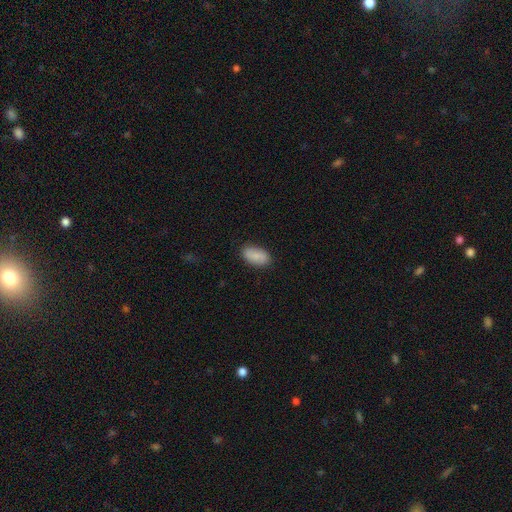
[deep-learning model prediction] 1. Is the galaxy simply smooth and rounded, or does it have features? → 81% smooth, 13% featured or disk, 6% star or artifact.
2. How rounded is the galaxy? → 93% in between, 4% round, 3% cigar-shaped.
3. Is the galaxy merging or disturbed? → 84% none, 12% minor disturbance, 3% major disturbance, 1% merger.